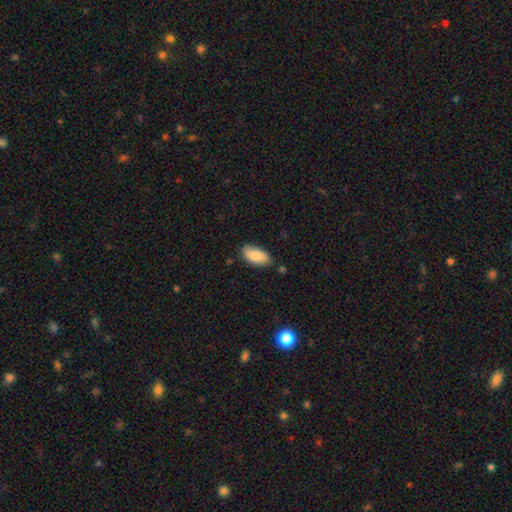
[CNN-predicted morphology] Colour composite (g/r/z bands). It shows a smooth galaxy with no disk features (87%) that is in between round and cigar-shaped (92%). Merging: none (79%).